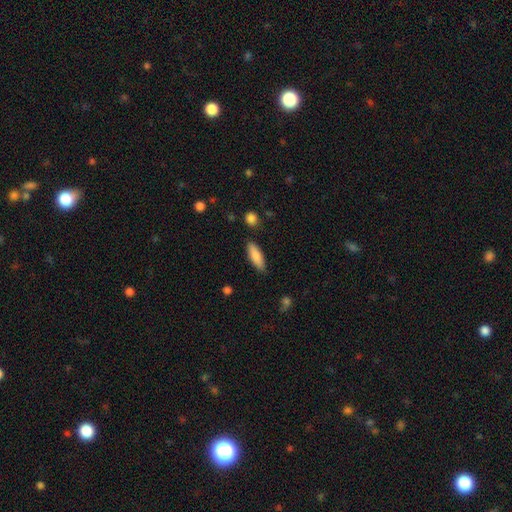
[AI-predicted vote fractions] Smooth or featured? Predicted: smooth (p=0.84). How rounded? Predicted: in between (p=0.54). Merging? Predicted: none (p=0.85).